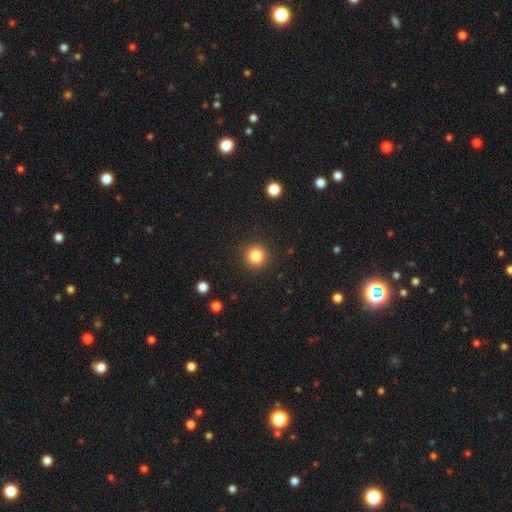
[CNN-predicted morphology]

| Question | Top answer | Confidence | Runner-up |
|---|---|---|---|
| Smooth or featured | smooth | 84% | star or artifact (12%) |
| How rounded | round | 94% | in between (5%) |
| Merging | none | 91% | minor disturbance (6%) |